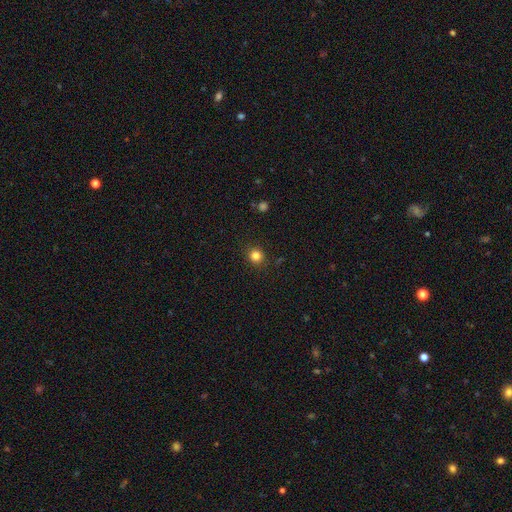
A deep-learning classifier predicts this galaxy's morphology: Q: Smooth or featured?
A: smooth (83%); runner-up: star or artifact (13%)
Q: How rounded?
A: round (89%); runner-up: in between (10%)
Q: Merging?
A: none (90%); runner-up: minor disturbance (7%)